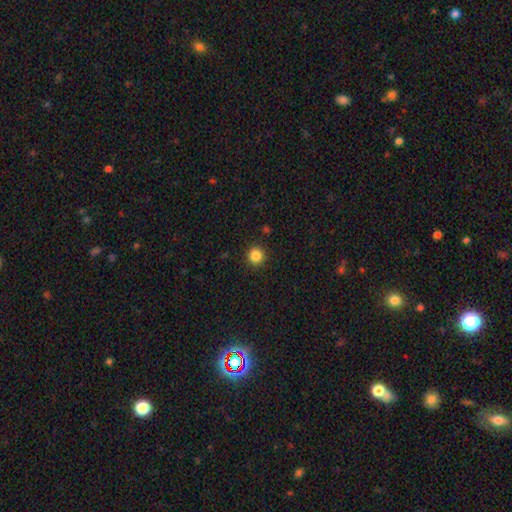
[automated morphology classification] Overall: smooth (85%). How rounded: round (94%). Merging: none (92%).